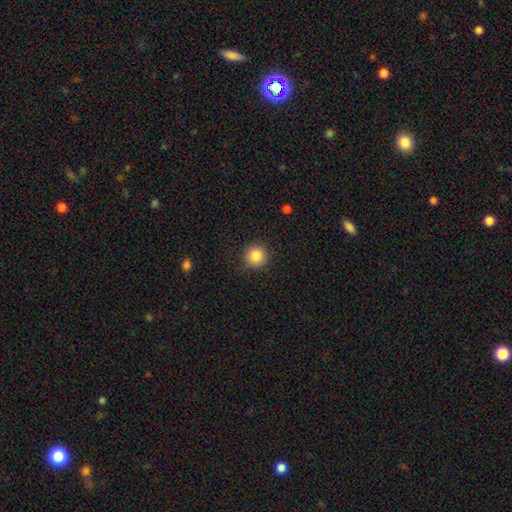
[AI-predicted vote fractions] Overall: smooth (85%). How rounded: round (94%). Merging: none (89%).